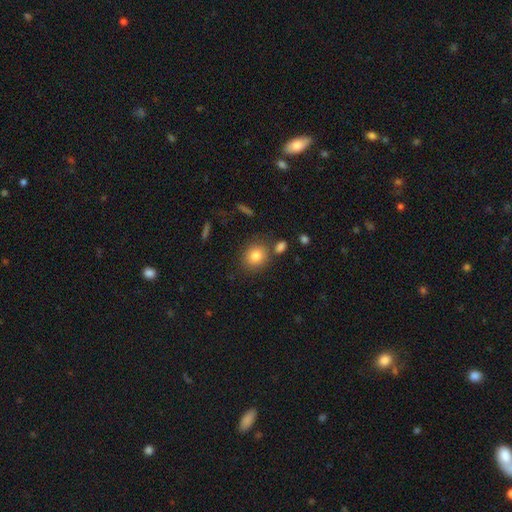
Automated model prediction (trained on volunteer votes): smooth_or_featured: smooth (p=0.81) [alt: star or artifact p=0.10]
how_rounded: round (p=0.70) [alt: in between p=0.29]
merging: none (p=0.76) [alt: minor disturbance p=0.11]